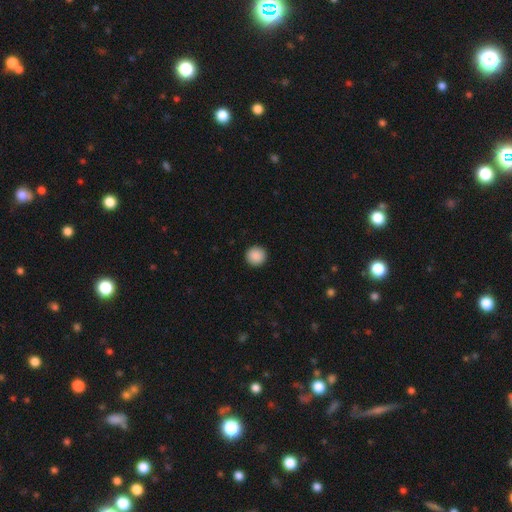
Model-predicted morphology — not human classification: Smooth or featured? smooth (90%)
How rounded? round (95%)
Merging? none (93%)